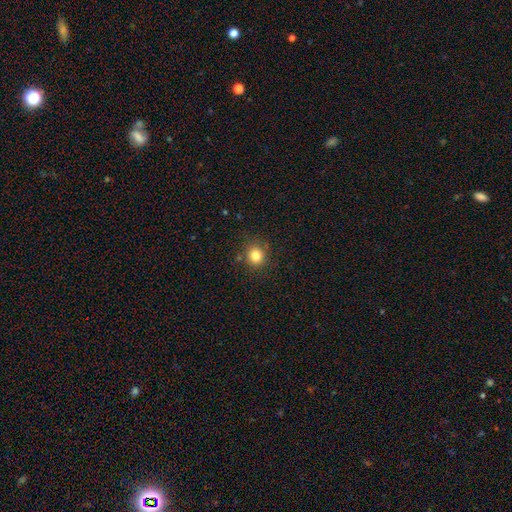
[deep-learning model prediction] A smooth galaxy with no disk features (82%) that is round (86%).

Vote fractions:
- Smooth or featured? smooth: 82% / star or artifact: 12% / featured or disk: 6%
- How rounded? round: 86% / in between: 13% / cigar-shaped: 1%
- Merging? none: 84% / minor disturbance: 10% / merger: 3% / major disturbance: 3%